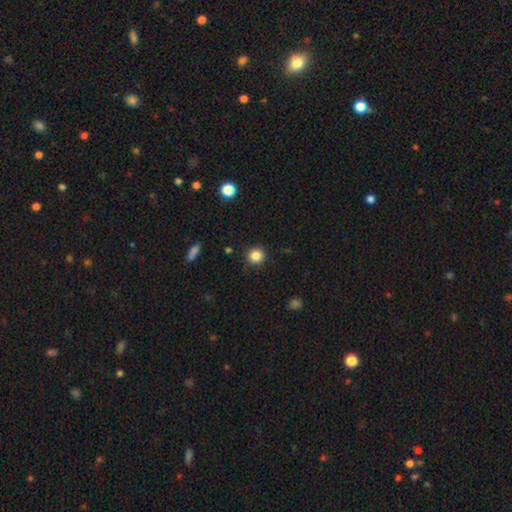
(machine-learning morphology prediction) Smooth or featured? smooth (85%)
How rounded? round (94%)
Merging? none (91%)